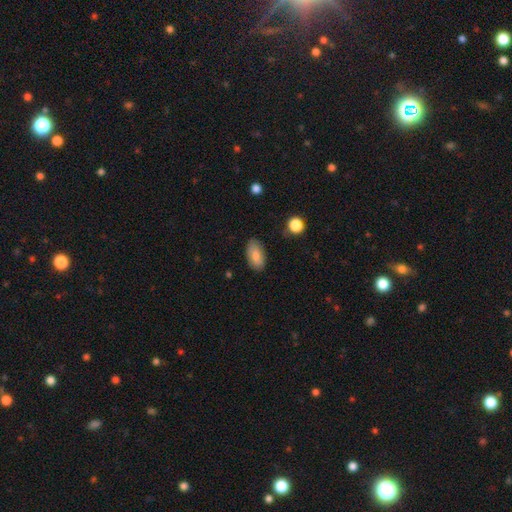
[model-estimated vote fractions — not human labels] Overall: smooth (81%). How rounded: in between (94%). Merging: none (82%).